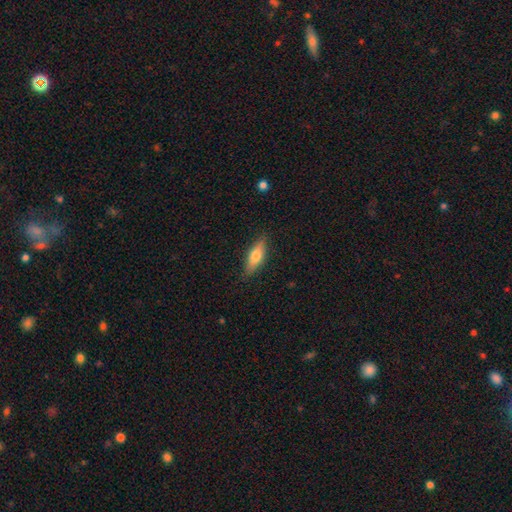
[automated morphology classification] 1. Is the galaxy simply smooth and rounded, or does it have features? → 64% smooth, 30% featured or disk, 6% star or artifact.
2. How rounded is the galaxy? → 50% in between, 48% cigar-shaped, 3% round.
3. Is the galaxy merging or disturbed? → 86% none, 11% minor disturbance, 2% major disturbance, 1% merger.